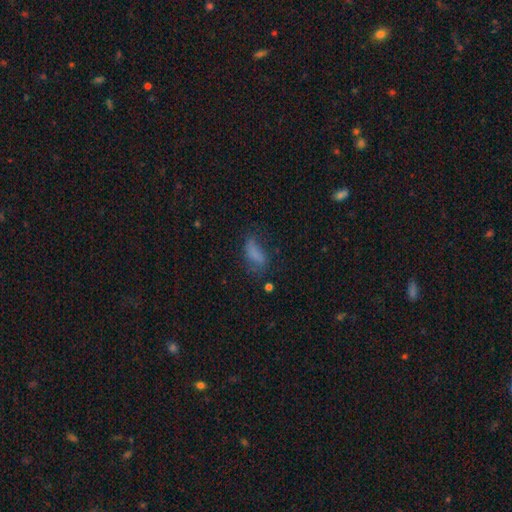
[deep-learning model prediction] Smooth or featured: smooth — 67% (featured or disk — 18%)
How rounded: in between — 76% (cigar-shaped — 19%)
Merging: none — 52% (minor disturbance — 27%)